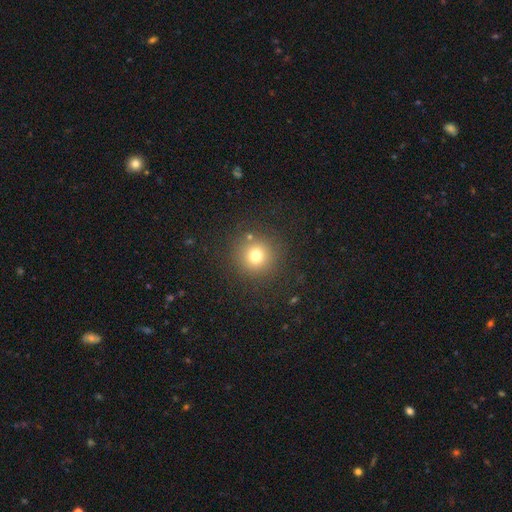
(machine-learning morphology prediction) This is likely a smooth galaxy (74%). How rounded: clearly round (94%). Merging: clearly none (87%).